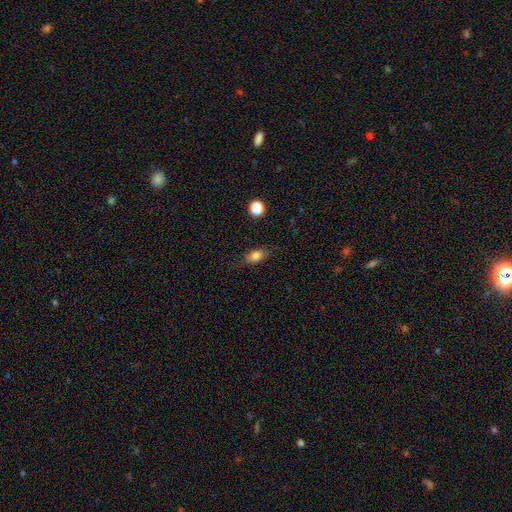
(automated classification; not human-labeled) The model was most divided on "merging": none: 76%, minor disturbance: 18%, major disturbance: 5%, merger: 2%. More confident: smooth or featured — smooth (78%); how rounded — in between (78%).